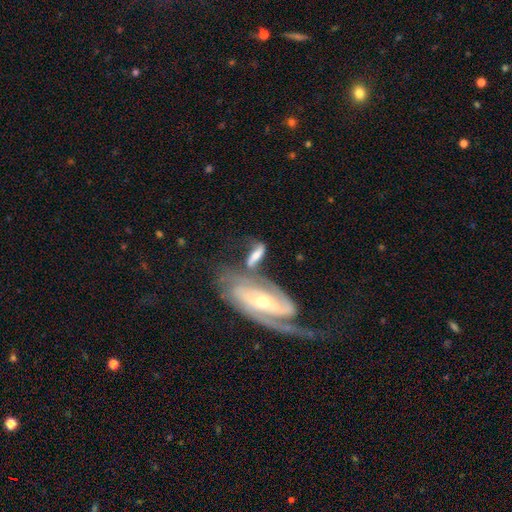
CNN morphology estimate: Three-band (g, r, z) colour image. It shows a featured or disk galaxy (47%). Merging: merger (39%).